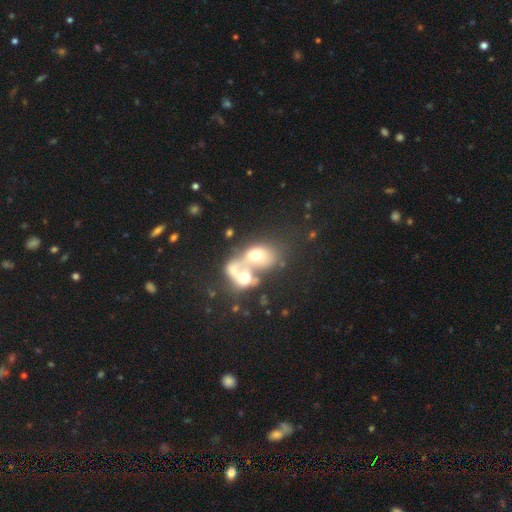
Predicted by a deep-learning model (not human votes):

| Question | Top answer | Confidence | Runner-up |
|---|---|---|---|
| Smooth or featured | smooth | 48% | featured or disk (40%) |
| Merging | merger | 79% | none (10%) |